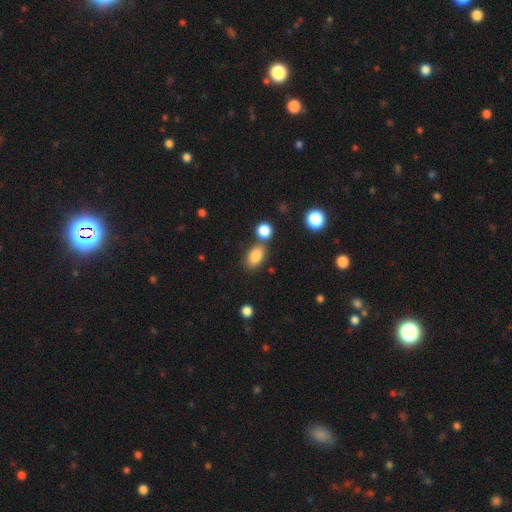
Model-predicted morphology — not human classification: The model was most divided on "merging": none: 65%, merger: 19%, minor disturbance: 12%, major disturbance: 4%. More confident: how rounded — in between (84%); smooth or featured — smooth (84%).